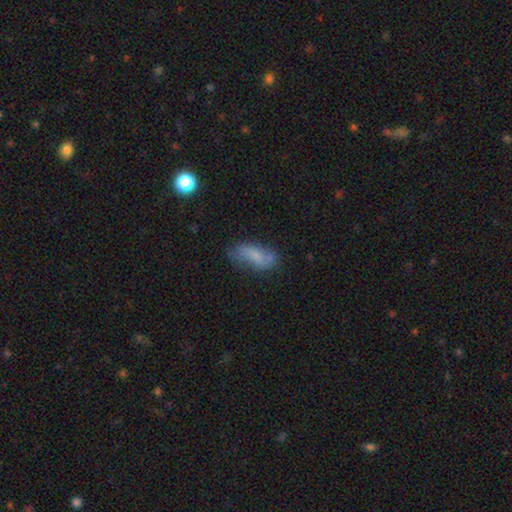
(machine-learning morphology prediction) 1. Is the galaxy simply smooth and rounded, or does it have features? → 61% smooth, 30% featured or disk, 10% star or artifact.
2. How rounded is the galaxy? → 78% in between, 18% cigar-shaped, 4% round.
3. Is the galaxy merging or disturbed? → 53% none, 28% minor disturbance, 12% major disturbance, 7% merger.